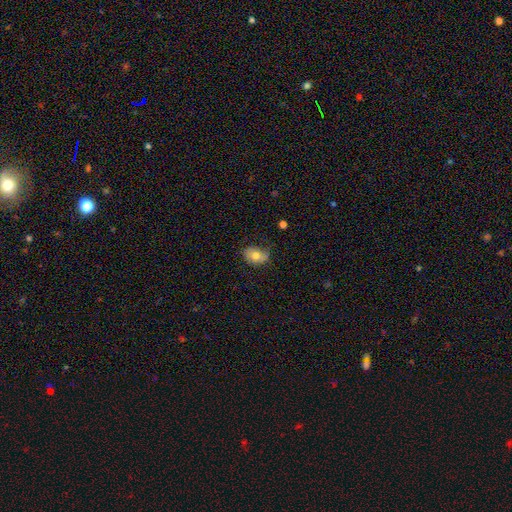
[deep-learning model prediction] smooth_or_featured: smooth (p=0.69) [alt: featured or disk p=0.23]
how_rounded: in between (p=0.70) [alt: round p=0.29]
merging: none (p=0.63) [alt: minor disturbance p=0.28]